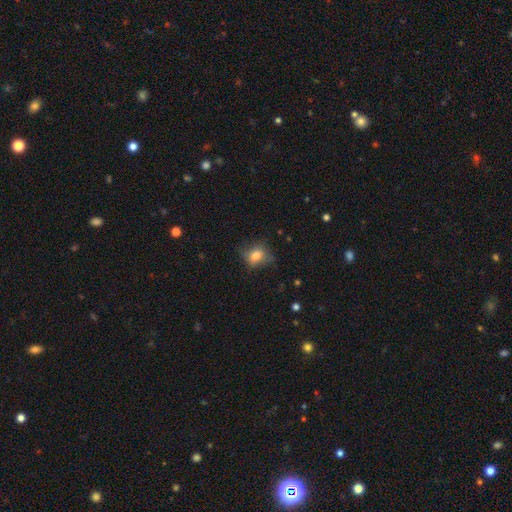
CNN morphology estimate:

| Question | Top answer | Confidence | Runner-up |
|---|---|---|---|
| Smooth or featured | smooth | 79% | featured or disk (12%) |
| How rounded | in between | 50% | round (48%) |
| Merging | none | 65% | minor disturbance (25%) |